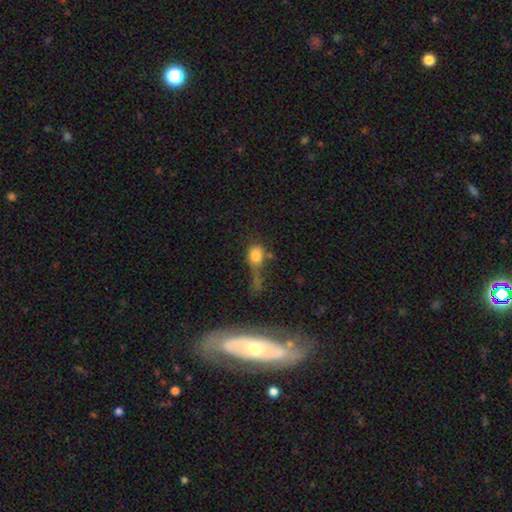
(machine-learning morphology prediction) type=smooth (76%); roundness=in between (48%, tied with round); merging=none (32%).